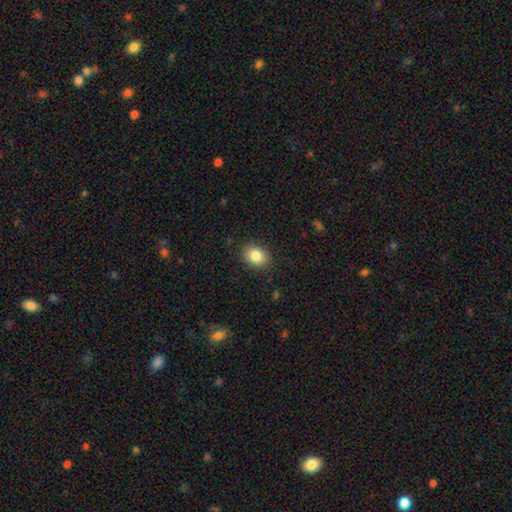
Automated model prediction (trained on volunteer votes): Morphology: type=smooth (85%); roundness=in between (62%); merging=none (88%).